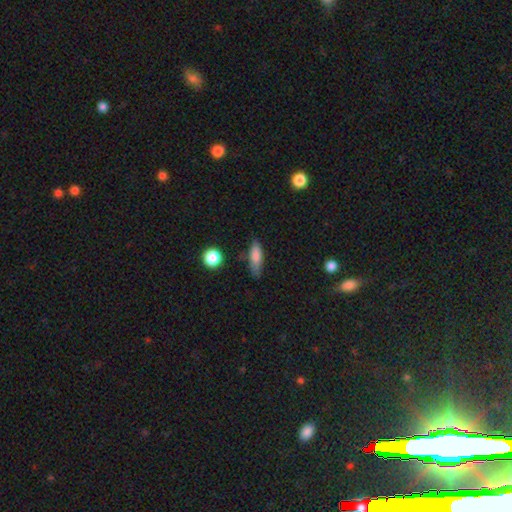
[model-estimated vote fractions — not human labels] This appears to be a smooth galaxy with no disk features (79%) that is in between round and cigar-shaped (55%). Merging: none (66%).